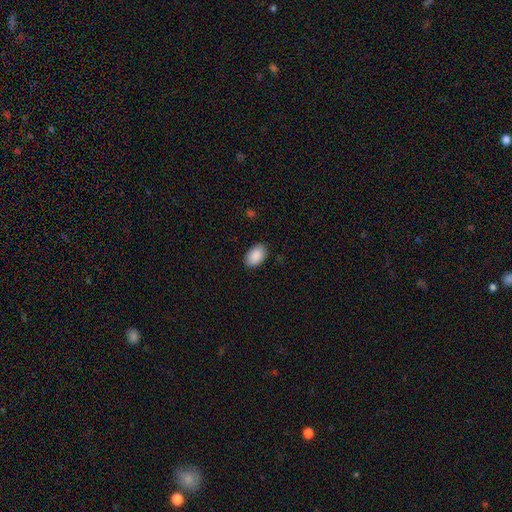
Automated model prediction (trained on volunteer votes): A smooth galaxy with no disk features (91%) that is in between round and cigar-shaped (92%).

Vote fractions:
- Smooth or featured? smooth: 91% / star or artifact: 6% / featured or disk: 3%
- How rounded? in between: 92% / round: 7% / cigar-shaped: 1%
- Merging? none: 87% / minor disturbance: 10% / major disturbance: 2% / merger: 1%